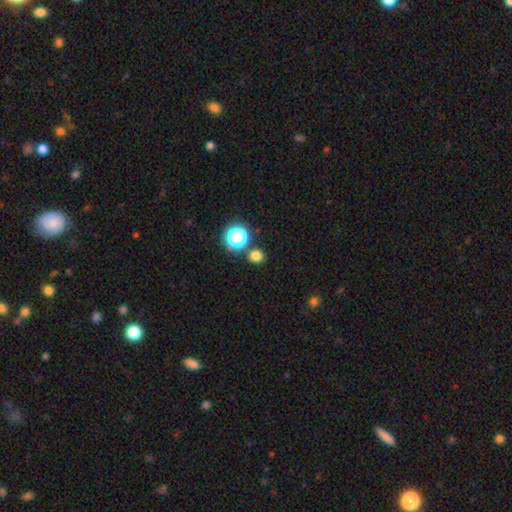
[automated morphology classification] The model was most divided on "smooth or featured": smooth: 76%, star or artifact: 19%, featured or disk: 5%. More confident: how rounded — round (86%); merging — none (83%).